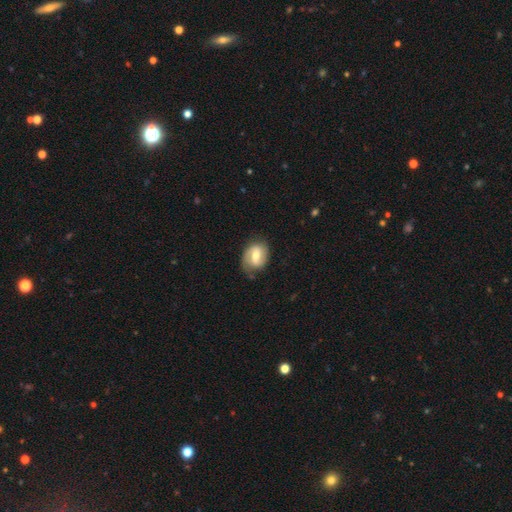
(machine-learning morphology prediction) Q: Smooth or featured?
A: featured or disk (59%); runner-up: smooth (35%)
Q: Edge-on disk?
A: no (96%); runner-up: yes (4%)
Q: Bar?
A: weak (49%); runner-up: strong (28%)
Q: Spiral arms?
A: yes (80%); runner-up: no (20%)
Q: Bulge size?
A: moderate (68%); runner-up: small (22%)
Q: Merging?
A: none (71%); runner-up: minor disturbance (21%)